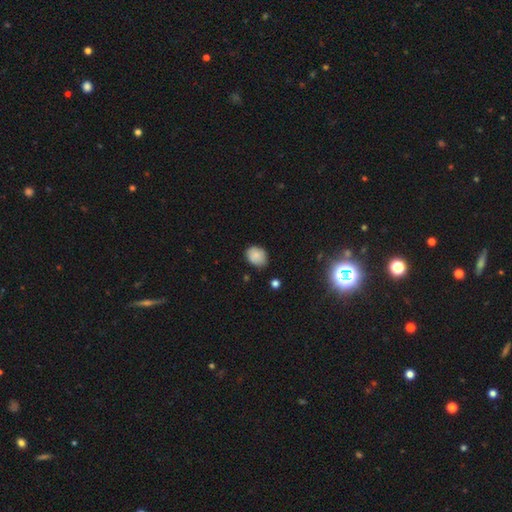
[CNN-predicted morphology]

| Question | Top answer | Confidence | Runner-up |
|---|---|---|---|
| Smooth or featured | smooth | 82% | star or artifact (9%) |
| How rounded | in between | 54% | round (45%) |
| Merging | none | 69% | minor disturbance (25%) |